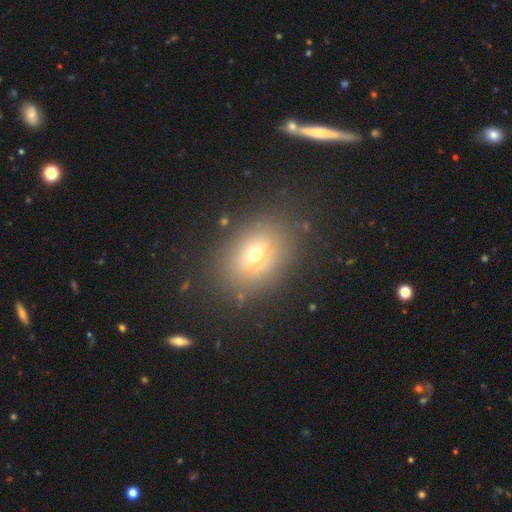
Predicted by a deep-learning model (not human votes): smooth-or-featured: smooth: 62% | featured or disk: 21% | star or artifact: 18%
  how-rounded: in between: 62% | round: 36% | cigar-shaped: 2%
  merging: none: 81% | minor disturbance: 12% | major disturbance: 5% | merger: 2%